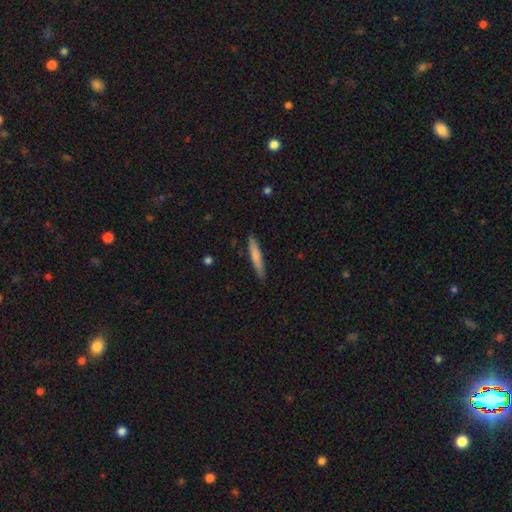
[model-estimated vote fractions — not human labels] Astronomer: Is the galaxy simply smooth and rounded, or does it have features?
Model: smooth — 73%.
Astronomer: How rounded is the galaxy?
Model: cigar-shaped — 93%.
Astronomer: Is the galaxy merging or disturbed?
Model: none — 89%.